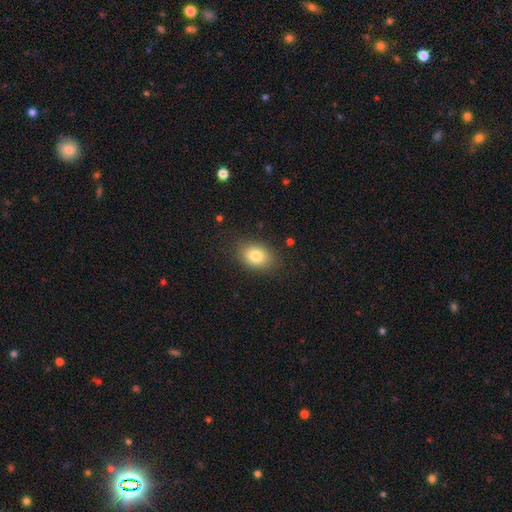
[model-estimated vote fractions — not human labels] This appears to be a smooth galaxy with no disk features (82%) that is in between round and cigar-shaped (76%). Merging: none (84%).